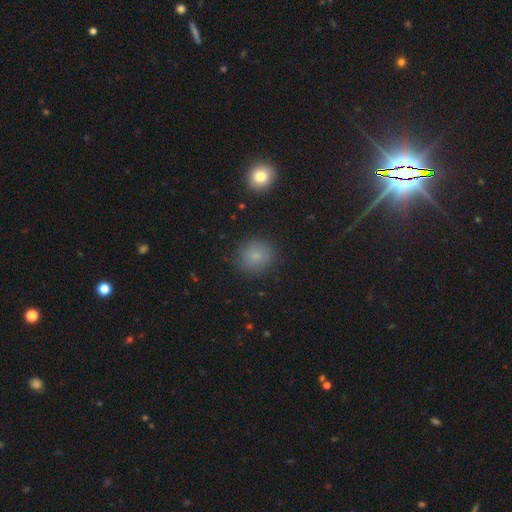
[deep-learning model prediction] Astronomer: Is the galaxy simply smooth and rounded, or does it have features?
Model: smooth — 80%.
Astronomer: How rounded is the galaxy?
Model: round — 89%.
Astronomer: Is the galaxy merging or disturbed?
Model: none — 88%.